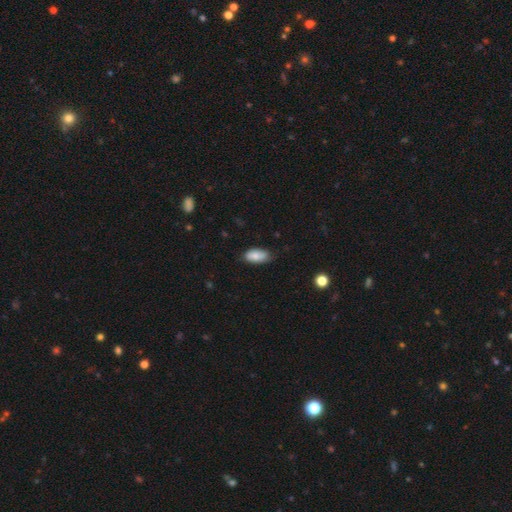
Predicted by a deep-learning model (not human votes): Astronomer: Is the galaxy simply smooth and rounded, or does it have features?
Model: smooth — 81%.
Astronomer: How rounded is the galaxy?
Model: in between — 92%.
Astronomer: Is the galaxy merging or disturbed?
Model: none — 69%.